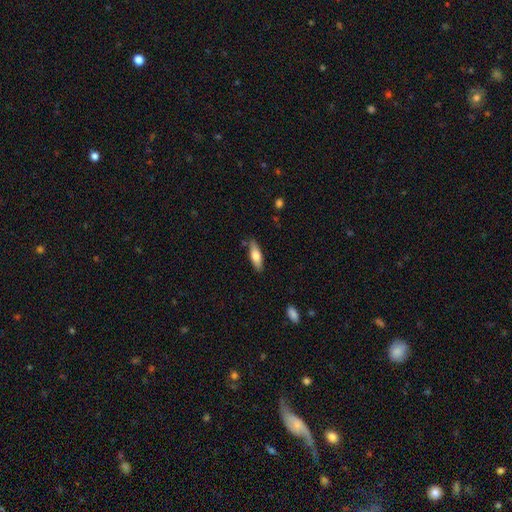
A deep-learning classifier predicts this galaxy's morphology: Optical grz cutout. It shows a smooth galaxy with no disk features (69%) that is in between round and cigar-shaped (52%). Merging: none (82%).